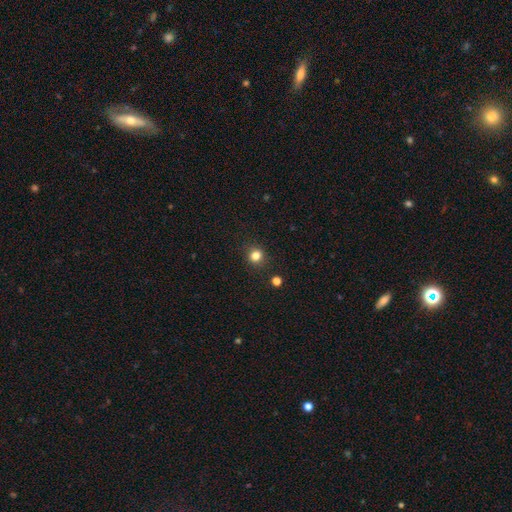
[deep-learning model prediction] Smooth or featured? Predicted: smooth (p=0.81). How rounded? Predicted: round (p=0.90). Merging? Predicted: none (p=0.90).